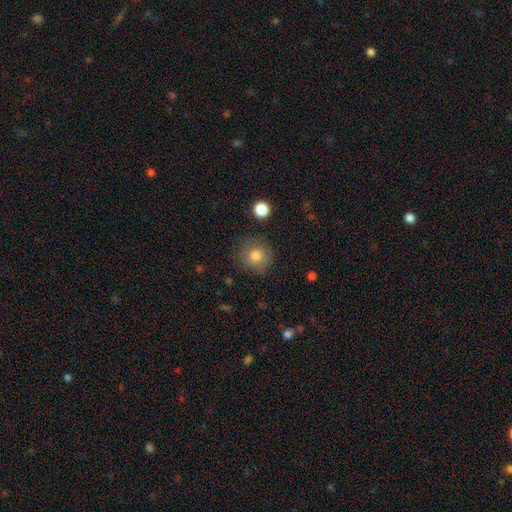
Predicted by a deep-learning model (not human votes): Morphology: type=smooth (80%); roundness=round (92%); merging=none (85%).